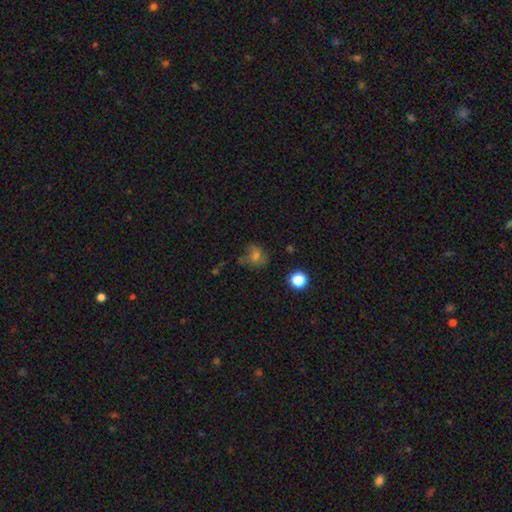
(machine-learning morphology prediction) smooth_or_featured: smooth (p=0.61) [alt: star or artifact p=0.20]
how_rounded: round (p=0.70) [alt: in between p=0.29]
merging: none (p=0.61) [alt: minor disturbance p=0.23]